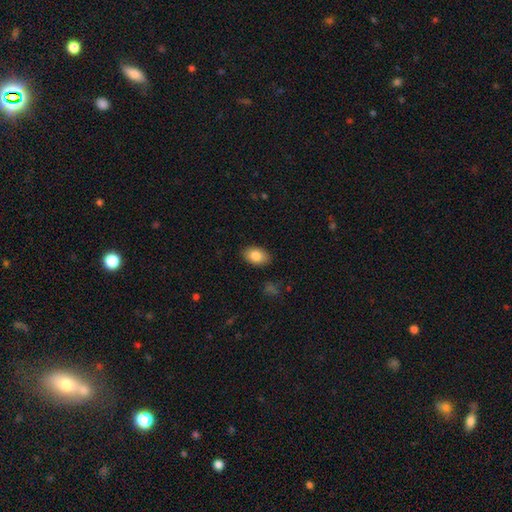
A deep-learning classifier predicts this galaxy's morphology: Smooth or featured? smooth (84%)
How rounded? in between (89%)
Merging? none (87%)